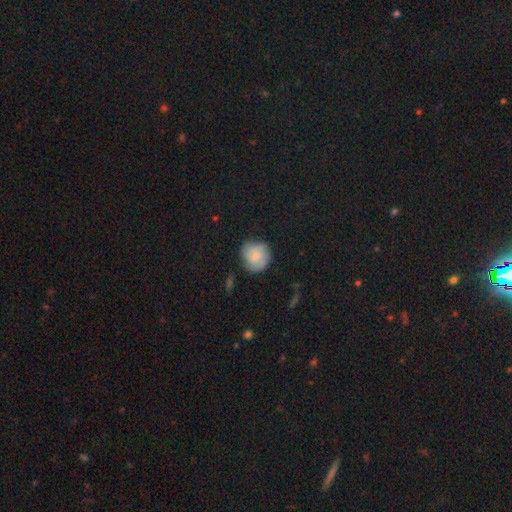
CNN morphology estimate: A smooth galaxy with no disk features (72%) that is round (86%).

Vote fractions:
- Smooth or featured? smooth: 72% / featured or disk: 20% / star or artifact: 8%
- How rounded? round: 86% / in between: 13% / cigar-shaped: 1%
- Merging? none: 67% / minor disturbance: 25% / major disturbance: 7% / merger: 2%